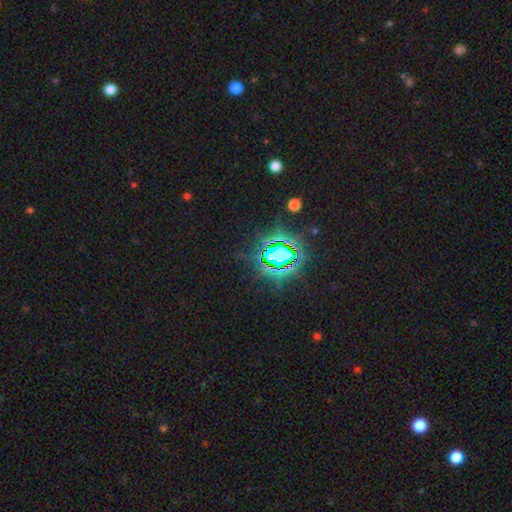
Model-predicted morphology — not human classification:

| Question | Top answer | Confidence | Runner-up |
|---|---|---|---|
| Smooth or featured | star or artifact | 82% | smooth (10%) |